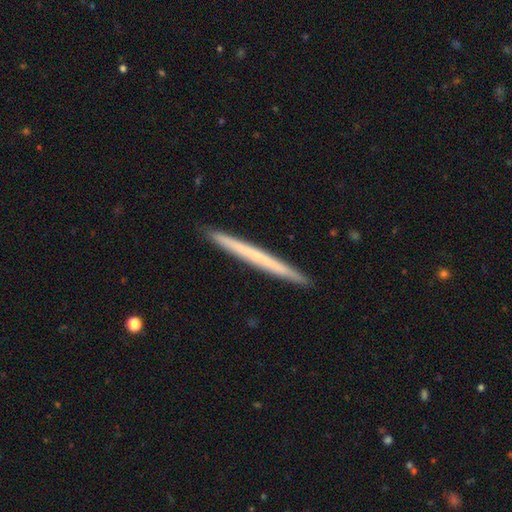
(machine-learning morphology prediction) Smooth or featured? Predicted: smooth (p=0.49). Merging? Predicted: none (p=0.93).